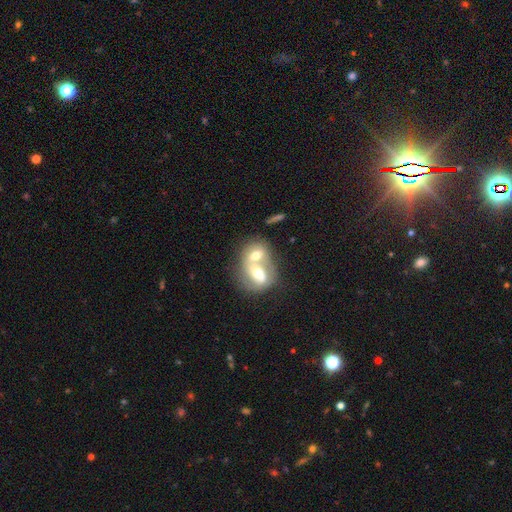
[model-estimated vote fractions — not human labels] Overall: featured or disk (47%; smooth 46%). Merging: merger (77%).